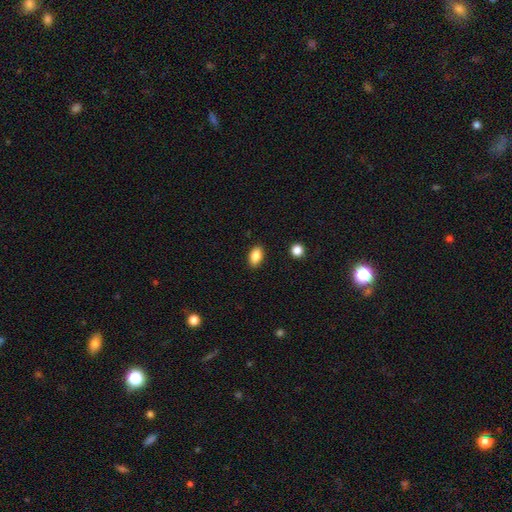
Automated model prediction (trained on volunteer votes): smooth_or_featured: smooth (p=0.86) [alt: star or artifact p=0.08]
how_rounded: in between (p=0.90) [alt: round p=0.07]
merging: none (p=0.88) [alt: minor disturbance p=0.08]